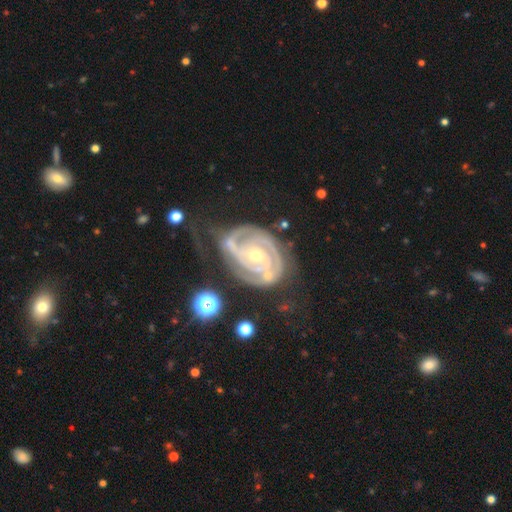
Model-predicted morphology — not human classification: smooth_or_featured: featured or disk (p=0.91) [alt: star or artifact p=0.05]
disk_edge_on: no (p=0.97) [alt: yes p=0.03]
bar: no (p=0.59) [alt: weak p=0.28]
has_spiral_arms: yes (p=0.98) [alt: no p=0.02]
spiral_winding: tight (p=0.74) [alt: medium p=0.22]
spiral_arm_count: 2 (p=0.54) [alt: 3 p=0.21]
bulge_size: small (p=0.58) [alt: moderate p=0.39]
merging: none (p=0.48) [alt: minor disturbance p=0.27]